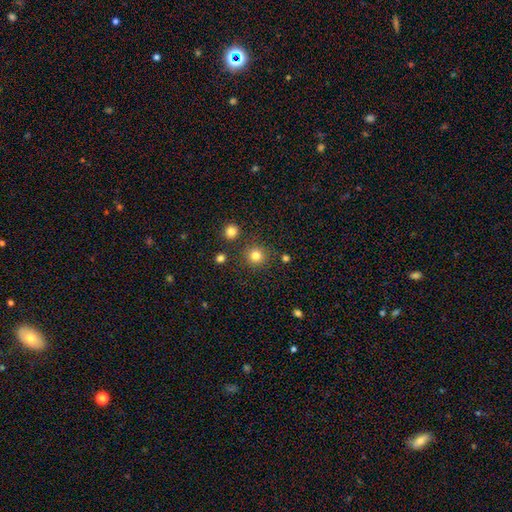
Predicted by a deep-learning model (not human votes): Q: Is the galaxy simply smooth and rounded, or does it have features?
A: smooth — 81%.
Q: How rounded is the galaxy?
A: round — 94%.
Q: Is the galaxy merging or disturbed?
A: none — 87%.